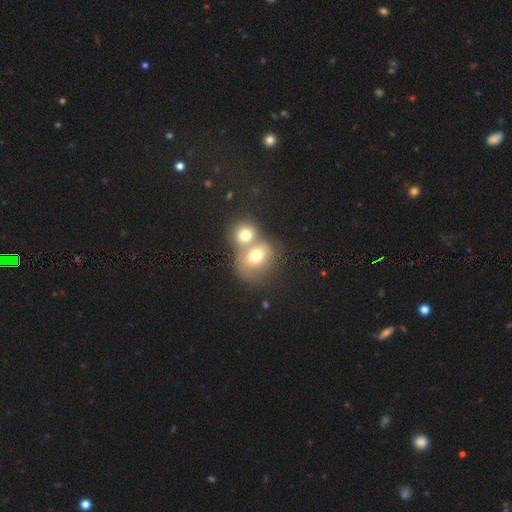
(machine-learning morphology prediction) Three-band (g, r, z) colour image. It shows a smooth galaxy with no disk features (51%) that is round (66%). Merging: merger (59%).